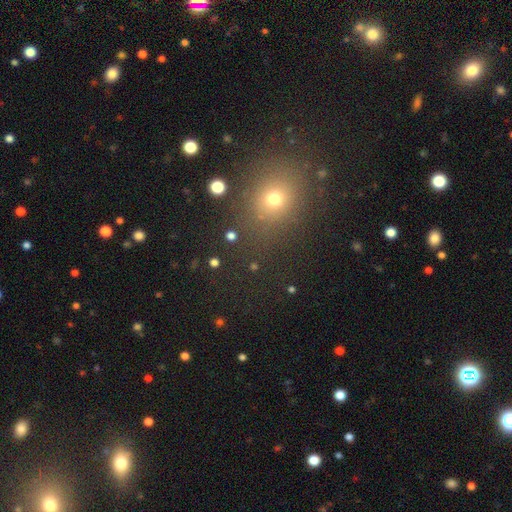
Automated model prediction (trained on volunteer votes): smooth_or_featured: smooth (p=0.53) [alt: star or artifact p=0.39]
how_rounded: round (p=0.68) [alt: in between p=0.30]
merging: none (p=0.86) [alt: minor disturbance p=0.08]